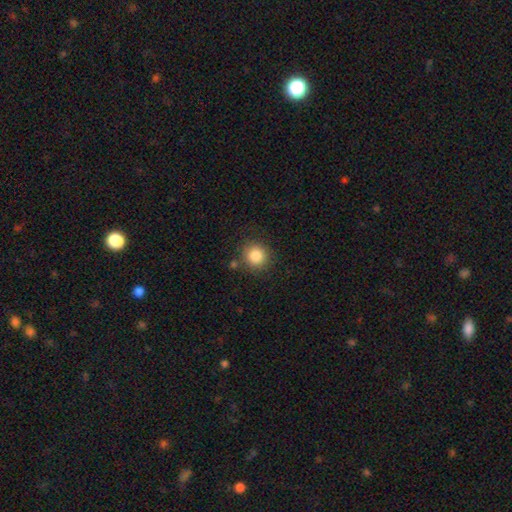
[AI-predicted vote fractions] Smooth or featured?
  - smooth: 84% *
  - star or artifact: 10%
  - featured or disk: 6%
How rounded?
  - round: 90% *
  - in between: 9%
  - cigar-shaped: 1%
Merging?
  - none: 82% *
  - minor disturbance: 10%
  - merger: 5%
  - major disturbance: 3%